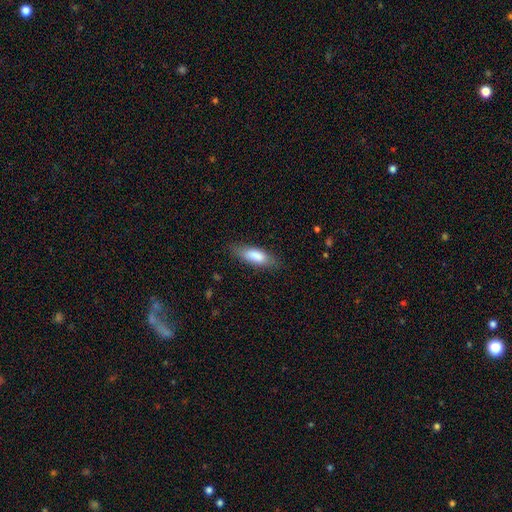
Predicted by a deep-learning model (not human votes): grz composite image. It shows a smooth galaxy with no disk features (83%) that is in between round and cigar-shaped (63%). Merging: none (78%).